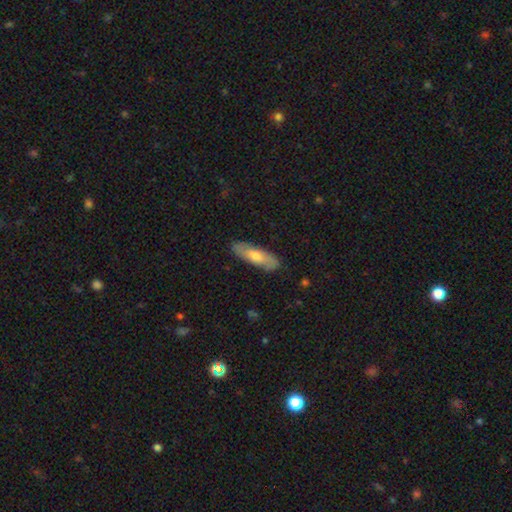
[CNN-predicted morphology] smooth 59%, featured or disk 36%, star or artifact 6%. Down the decision tree: how rounded — in between (50%); merging — none (86%).